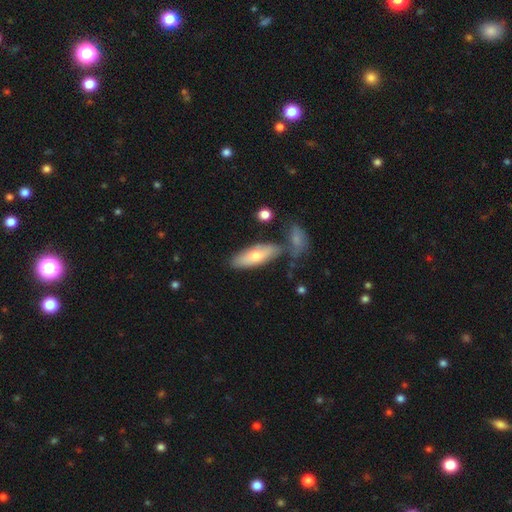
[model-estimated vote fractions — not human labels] Smooth or featured: smooth — 66% (featured or disk — 28%)
How rounded: in between — 64% (cigar-shaped — 34%)
Merging: none — 66% (minor disturbance — 15%)